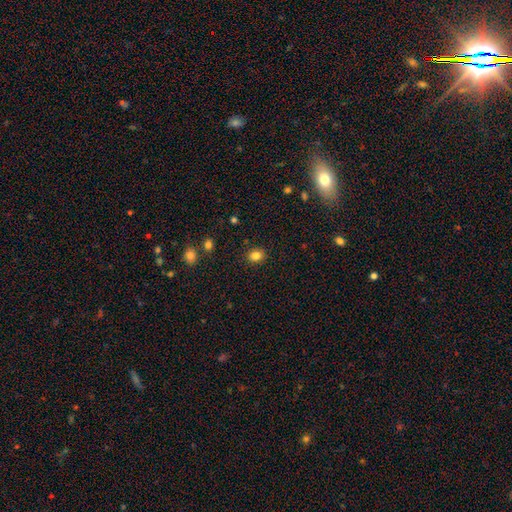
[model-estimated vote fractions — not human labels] smooth-or-featured: smooth: 83% | star or artifact: 11% | featured or disk: 6%
  how-rounded: round: 60% | in between: 39% | cigar-shaped: 1%
  merging: none: 88% | minor disturbance: 8% | major disturbance: 2% | merger: 1%